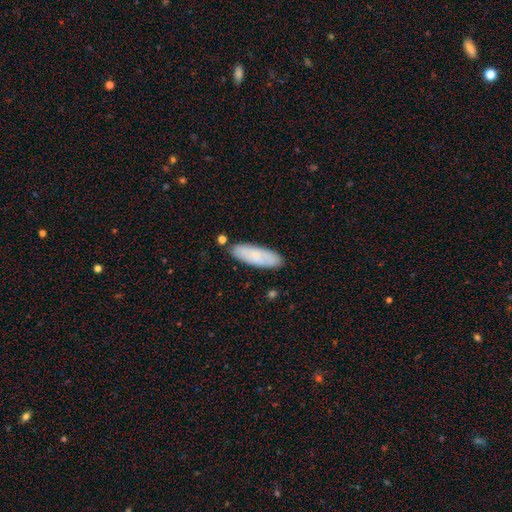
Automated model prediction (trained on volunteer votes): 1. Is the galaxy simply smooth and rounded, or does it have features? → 78% smooth, 16% featured or disk, 6% star or artifact.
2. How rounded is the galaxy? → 54% in between, 44% cigar-shaped, 2% round.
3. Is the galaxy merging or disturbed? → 81% none, 13% minor disturbance, 4% merger, 2% major disturbance.